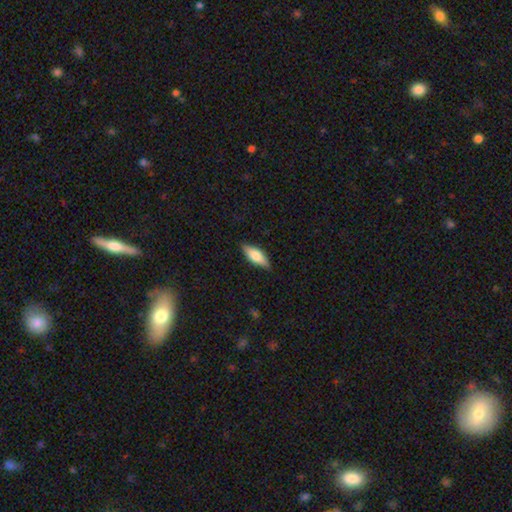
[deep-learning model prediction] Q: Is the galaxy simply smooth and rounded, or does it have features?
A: smooth — 67%.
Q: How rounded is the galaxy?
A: in between — 66%.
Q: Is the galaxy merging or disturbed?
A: none — 85%.